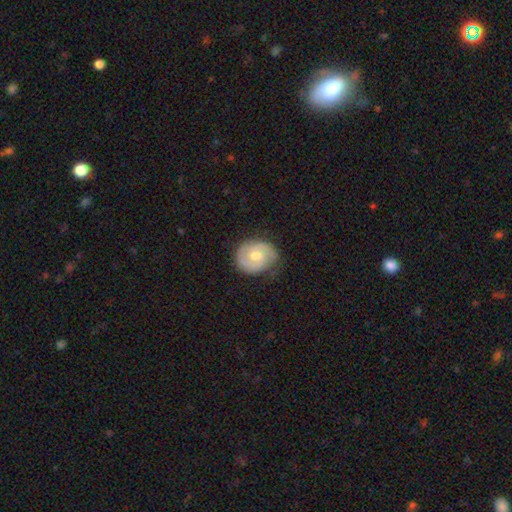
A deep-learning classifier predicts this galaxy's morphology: Smooth or featured? featured or disk (73%)
Edge-on disk? no (98%)
Bar? no (62%)
Spiral arms? yes (91%)
Spiral winding? tight (53%)
Spiral arm count? 2 (81%)
Bulge size? moderate (67%)
Merging? none (77%)